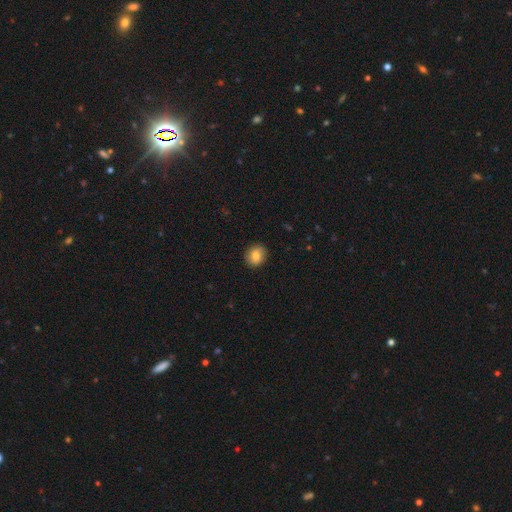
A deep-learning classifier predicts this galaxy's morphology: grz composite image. It shows a smooth galaxy with no disk features (83%) that is round (71%). Merging: none (90%).